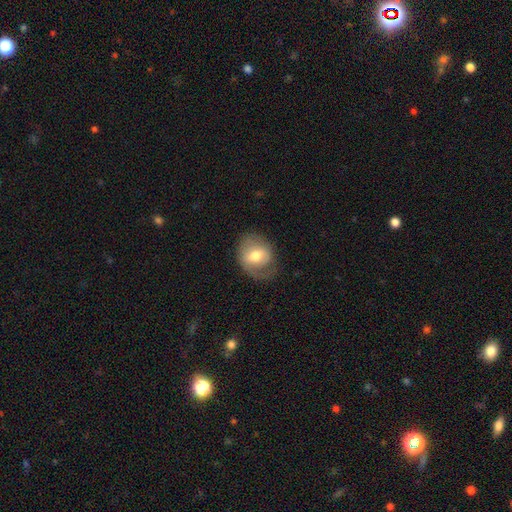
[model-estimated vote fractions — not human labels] Smooth or featured? Predicted: smooth (p=0.51). How rounded? Predicted: round (p=0.60). Merging? Predicted: none (p=0.62).